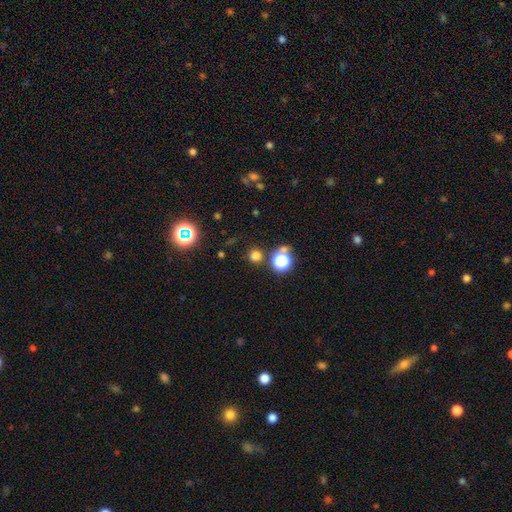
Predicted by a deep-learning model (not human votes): A smooth galaxy with no disk features (71%) that is round (93%).

Vote fractions:
- Smooth or featured? smooth: 71% / star or artifact: 24% / featured or disk: 5%
- How rounded? round: 93% / in between: 6% / cigar-shaped: 1%
- Merging? none: 83% / minor disturbance: 8% / merger: 6% / major disturbance: 3%